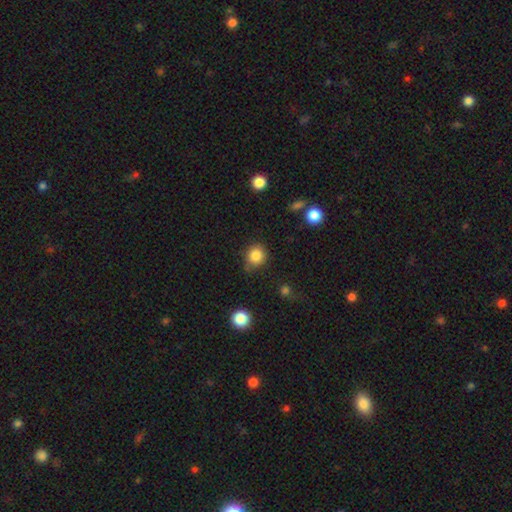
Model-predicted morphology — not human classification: type=smooth (84%); roundness=round (85%); merging=none (77%).